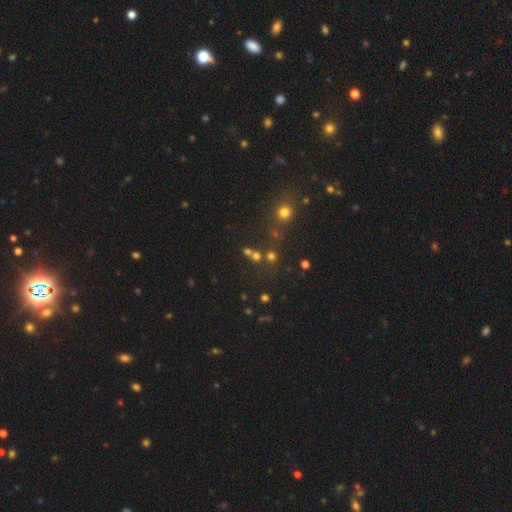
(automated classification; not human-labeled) The model was most divided on "smooth or featured": smooth: 49%, star or artifact: 40%, featured or disk: 11%. More confident: merging — none (59%).